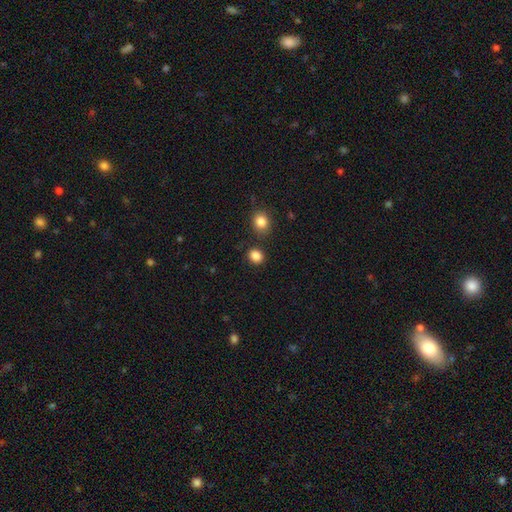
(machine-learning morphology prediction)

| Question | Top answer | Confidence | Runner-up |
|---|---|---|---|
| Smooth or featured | smooth | 86% | star or artifact (10%) |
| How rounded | round | 74% | in between (25%) |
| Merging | none | 84% | minor disturbance (8%) |